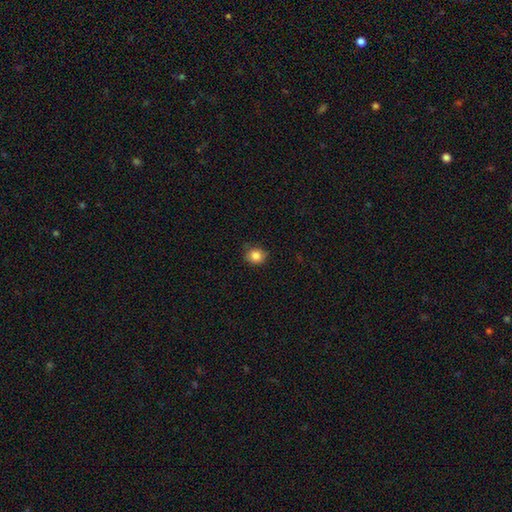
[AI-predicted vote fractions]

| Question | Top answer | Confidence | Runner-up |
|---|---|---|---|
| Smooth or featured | smooth | 84% | star or artifact (10%) |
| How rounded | round | 78% | in between (21%) |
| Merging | none | 79% | minor disturbance (17%) |